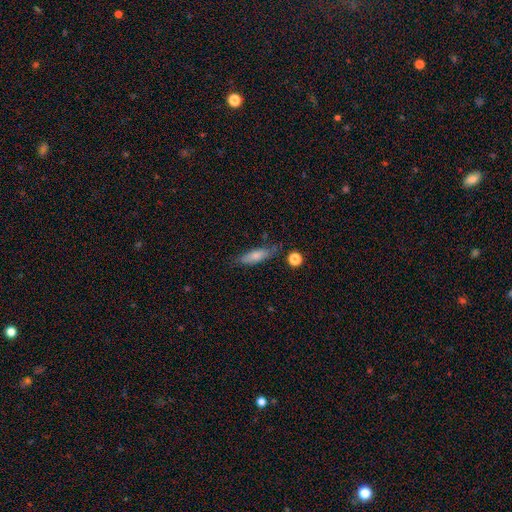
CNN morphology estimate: A smooth galaxy with no disk features (73%) that is cigar-shaped (54%).

Vote fractions:
- Smooth or featured? smooth: 73% / featured or disk: 20% / star or artifact: 8%
- How rounded? cigar-shaped: 54% / in between: 43% / round: 3%
- Merging? none: 70% / minor disturbance: 20% / major disturbance: 5% / merger: 4%